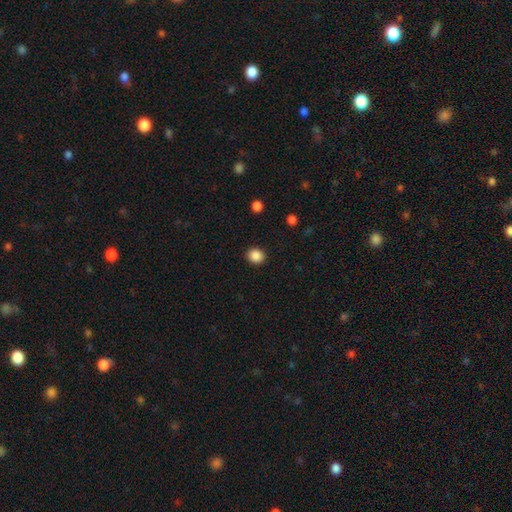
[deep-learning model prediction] A smooth galaxy with no disk features (88%) that is round (78%).

Vote fractions:
- Smooth or featured? smooth: 88% / star or artifact: 9% / featured or disk: 3%
- How rounded? round: 78% / in between: 21% / cigar-shaped: 1%
- Merging? none: 91% / minor disturbance: 6% / major disturbance: 2% / merger: 1%